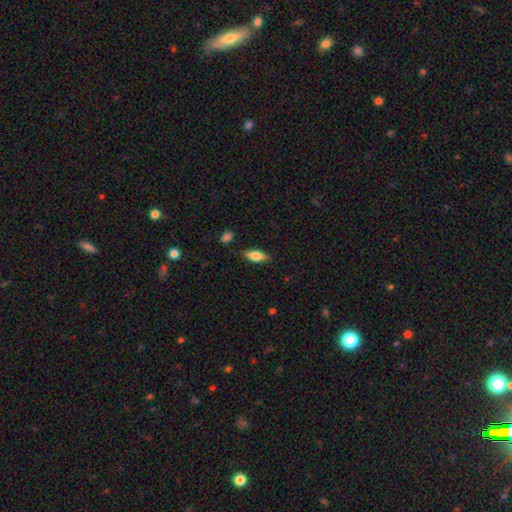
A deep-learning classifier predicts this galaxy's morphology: This is likely a smooth galaxy (61%). How rounded: likely in between (75%). Merging: clearly none (82%).